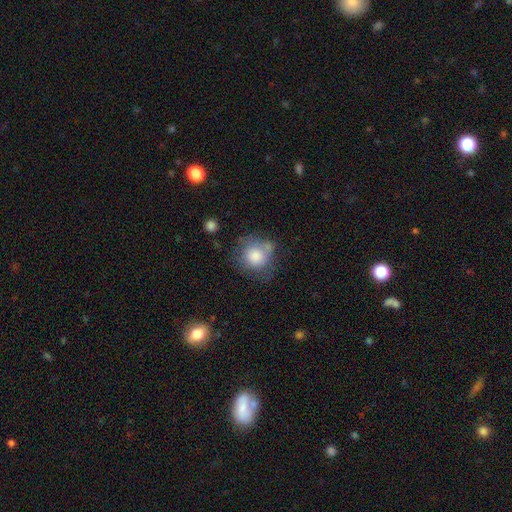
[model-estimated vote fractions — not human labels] smooth_or_featured: smooth (p=0.78) [alt: featured or disk p=0.14]
how_rounded: round (p=0.82) [alt: in between p=0.17]
merging: none (p=0.48) [alt: minor disturbance p=0.28]